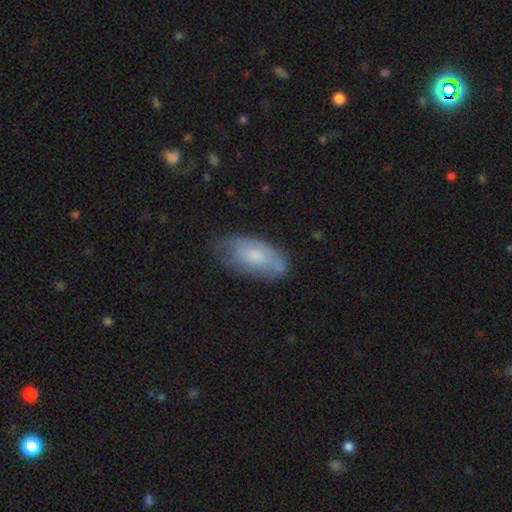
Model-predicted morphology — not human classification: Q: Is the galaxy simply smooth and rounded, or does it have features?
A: smooth — 60%.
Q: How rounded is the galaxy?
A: in between — 90%.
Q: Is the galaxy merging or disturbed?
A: none — 59%.